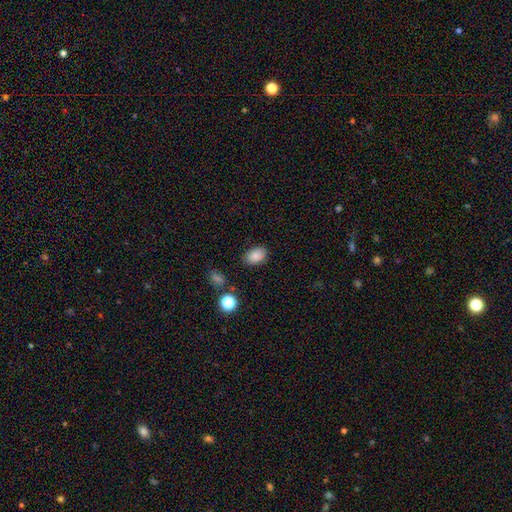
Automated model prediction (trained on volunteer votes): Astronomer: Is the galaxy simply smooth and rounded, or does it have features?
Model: smooth — 84%.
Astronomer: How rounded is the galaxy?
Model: in between — 86%.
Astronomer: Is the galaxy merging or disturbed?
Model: none — 82%.